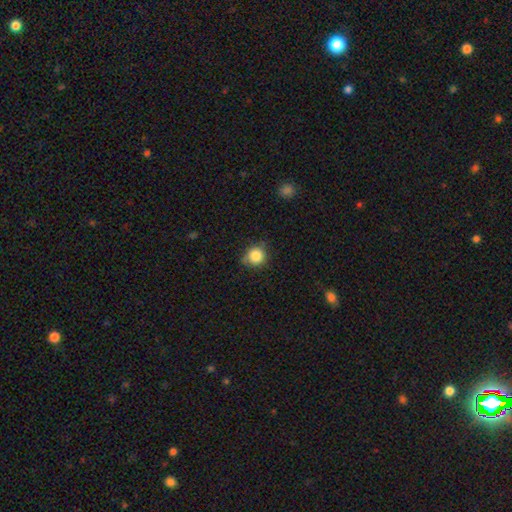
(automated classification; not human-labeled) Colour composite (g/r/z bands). It shows a smooth galaxy with no disk features (84%) that is round (91%). Merging: none (75%).